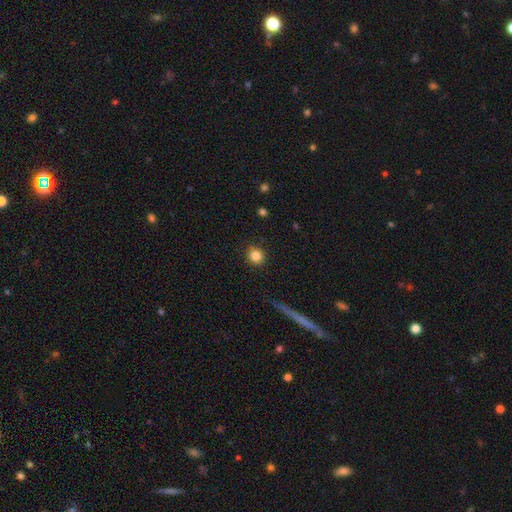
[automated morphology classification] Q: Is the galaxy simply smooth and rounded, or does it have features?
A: smooth — 84%.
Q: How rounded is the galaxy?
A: round — 89%.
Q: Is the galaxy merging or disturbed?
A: none — 90%.